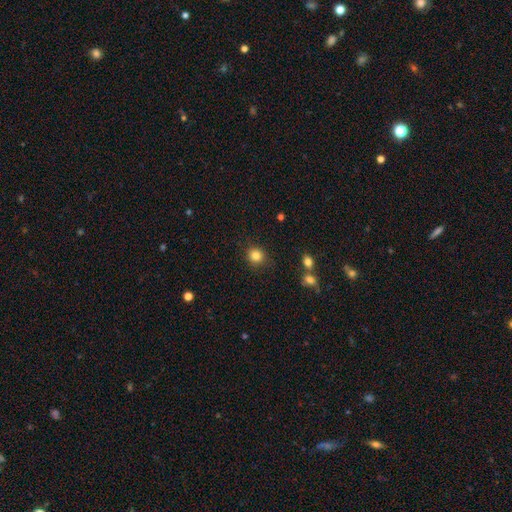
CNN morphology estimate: Smooth or featured: smooth — 84% (star or artifact — 11%)
How rounded: round — 87% (in between — 13%)
Merging: none — 88% (minor disturbance — 8%)